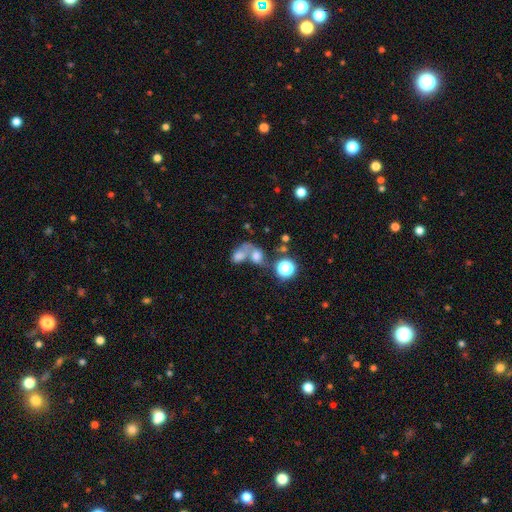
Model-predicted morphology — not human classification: This appears to be a smooth galaxy with no disk features (56%) that is in between round and cigar-shaped (54%). Merging: merger (59%).